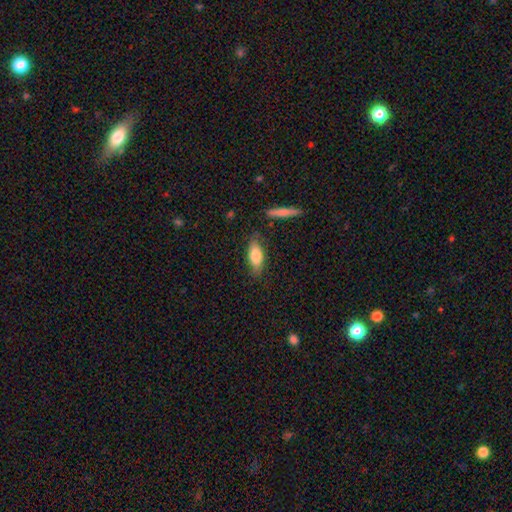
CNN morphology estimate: Smooth or featured: smooth — 78% (featured or disk — 16%)
How rounded: in between — 72% (cigar-shaped — 25%)
Merging: none — 78% (minor disturbance — 16%)